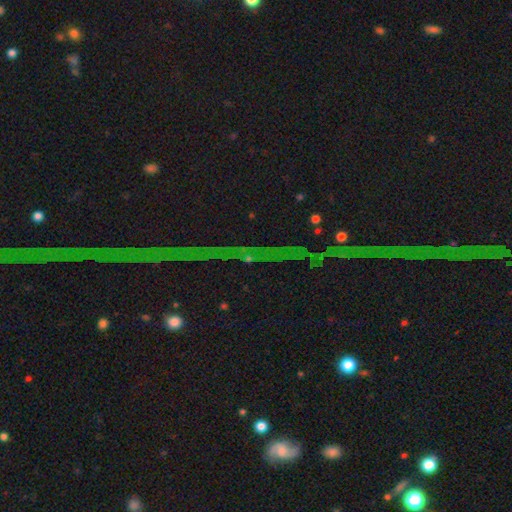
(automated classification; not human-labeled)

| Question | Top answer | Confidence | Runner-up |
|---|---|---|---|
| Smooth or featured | star or artifact | 82% | featured or disk (10%) |